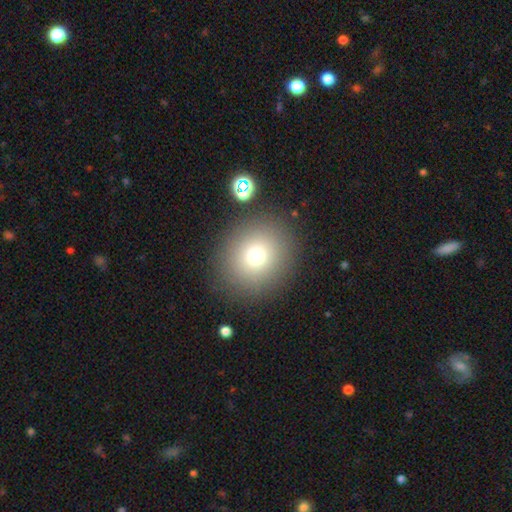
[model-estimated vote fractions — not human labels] Smooth or featured: smooth — 73% (star or artifact — 15%)
How rounded: round — 85% (in between — 14%)
Merging: none — 86% (minor disturbance — 7%)